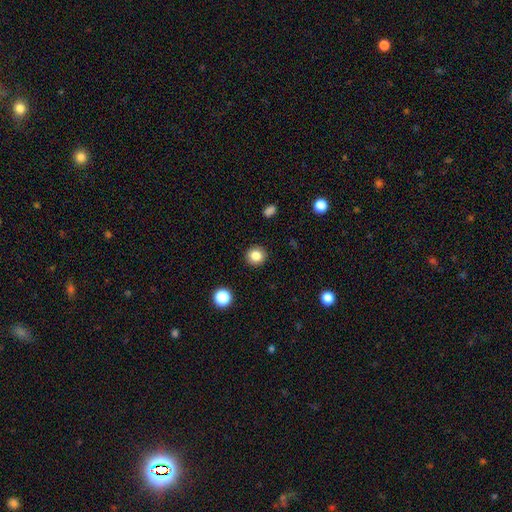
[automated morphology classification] Smooth or featured? smooth (84%)
How rounded? round (88%)
Merging? none (91%)